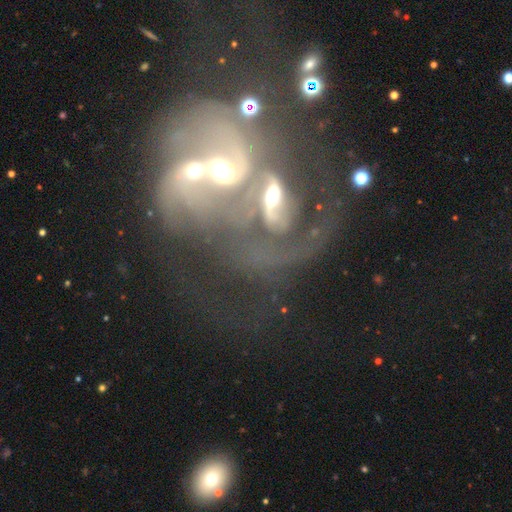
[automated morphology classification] The model was most divided on "spiral winding": medium: 41%, loose: 40%, tight: 19%. Remaining: edge-on disk — no (97%); spiral arms — yes (78%); smooth or featured — featured or disk (77%); merging — merger (74%); bulge size — moderate (56%); bar — no (54%); spiral arm count — 2 (47%).